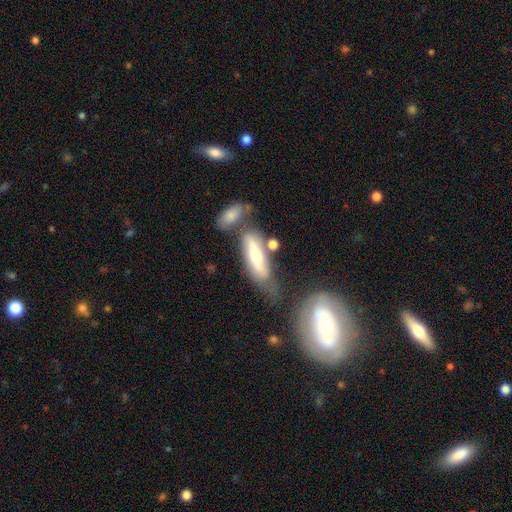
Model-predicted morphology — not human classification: A featured or disk galaxy (48%).

Vote fractions:
- Smooth or featured? featured or disk: 48% / smooth: 44% / star or artifact: 8%
- Merging? none: 47% / minor disturbance: 21% / merger: 21% / major disturbance: 11%